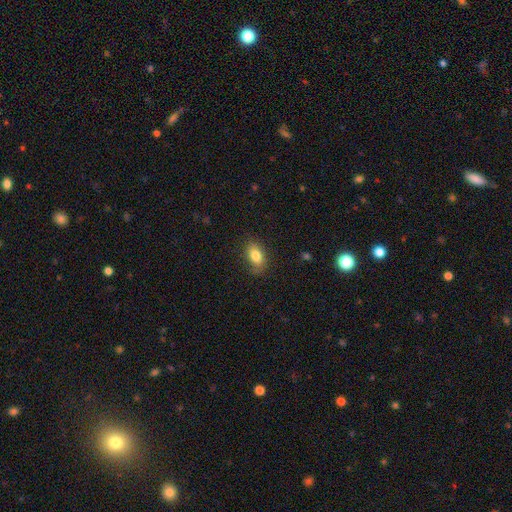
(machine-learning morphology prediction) smooth_or_featured: smooth (p=0.82) [alt: featured or disk p=0.10]
how_rounded: in between (p=0.87) [alt: round p=0.09]
merging: none (p=0.81) [alt: minor disturbance p=0.15]